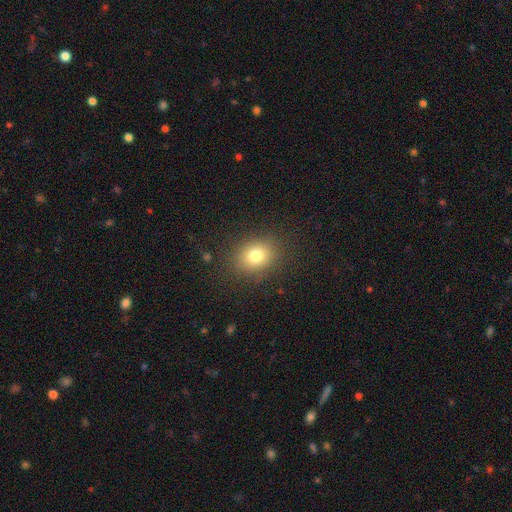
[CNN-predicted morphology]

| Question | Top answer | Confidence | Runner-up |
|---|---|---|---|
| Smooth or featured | smooth | 78% | star or artifact (13%) |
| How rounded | round | 56% | in between (43%) |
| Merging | none | 85% | minor disturbance (9%) |